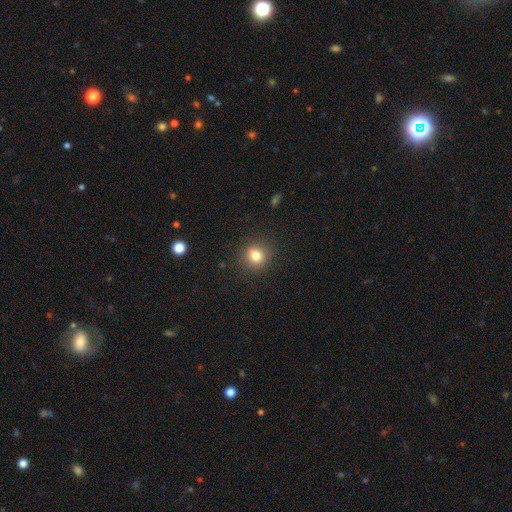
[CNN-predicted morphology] smooth_or_featured: smooth (p=0.80) [alt: star or artifact p=0.12]
how_rounded: round (p=0.85) [alt: in between p=0.14]
merging: none (p=0.89) [alt: minor disturbance p=0.07]